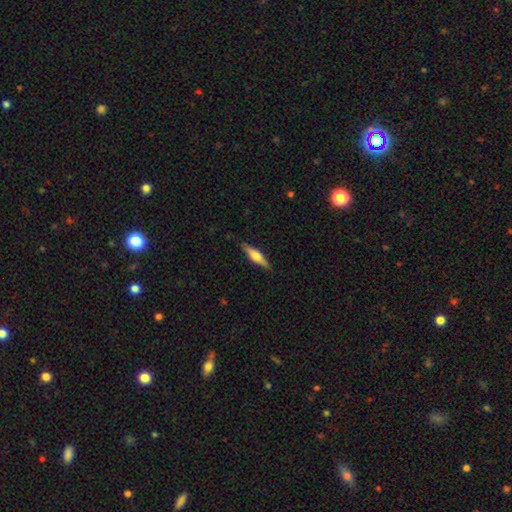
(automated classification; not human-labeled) Smooth or featured? Predicted: featured or disk (p=0.50). Edge-on disk? Predicted: yes (p=0.95). Merging? Predicted: none (p=0.87).